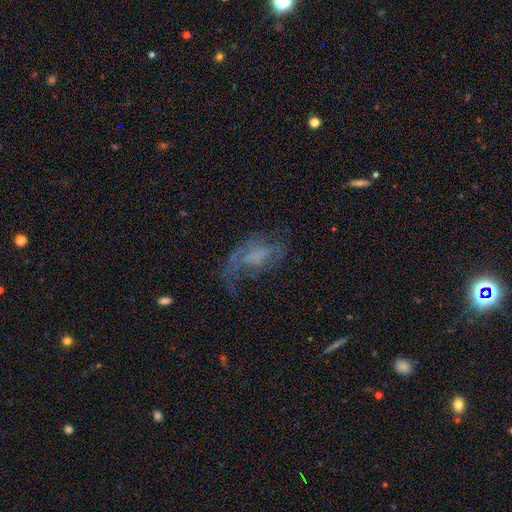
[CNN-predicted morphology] The model was most divided on "spiral arms": yes: 54%, no: 46%. Remaining: edge-on disk — no (95%); bar — no (68%); bulge size — none (63%); smooth or featured — featured or disk (58%); merging — major disturbance (44%).